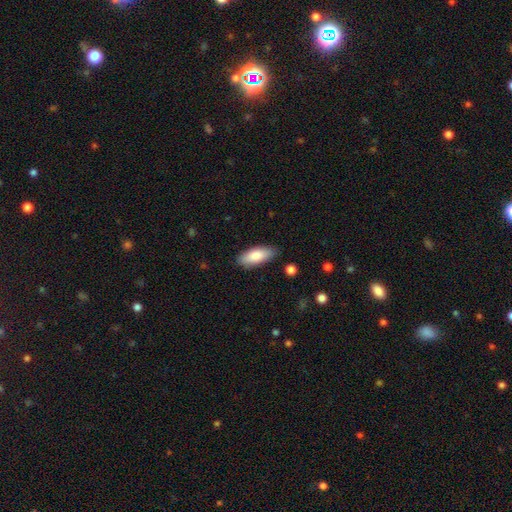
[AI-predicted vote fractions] Smooth or featured: smooth — 83% (featured or disk — 11%)
How rounded: in between — 77% (cigar-shaped — 21%)
Merging: none — 84% (minor disturbance — 12%)